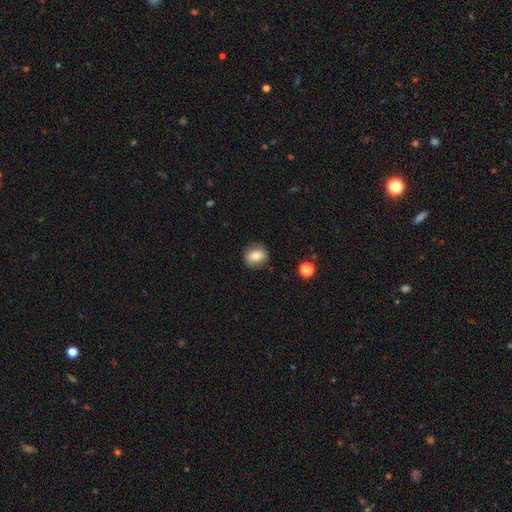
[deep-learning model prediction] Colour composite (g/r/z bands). It shows a smooth galaxy with no disk features (72%) that is round (67%). Merging: none (82%).